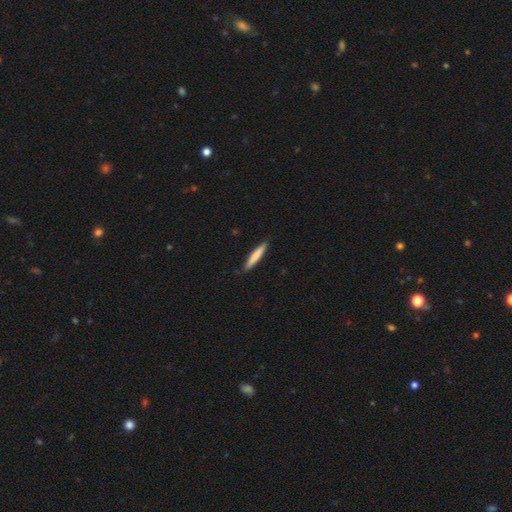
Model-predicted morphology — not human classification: A smooth galaxy with no disk features (78%) that is cigar-shaped (93%). Merging: none (89%).